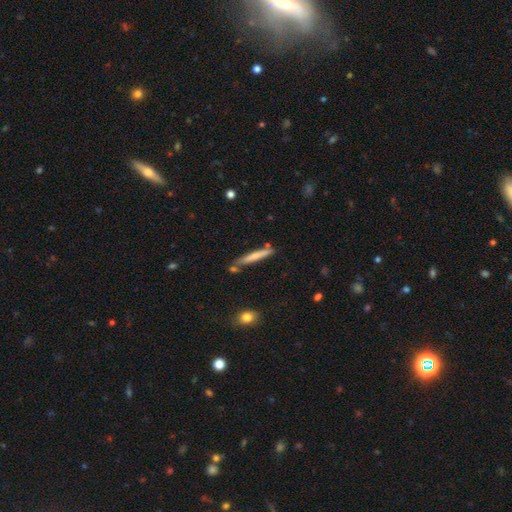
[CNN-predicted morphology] smooth-or-featured: smooth: 65% | featured or disk: 28% | star or artifact: 6%
  how-rounded: cigar-shaped: 95% | in between: 4% | round: 1%
  merging: none: 73% | minor disturbance: 15% | merger: 9% | major disturbance: 3%